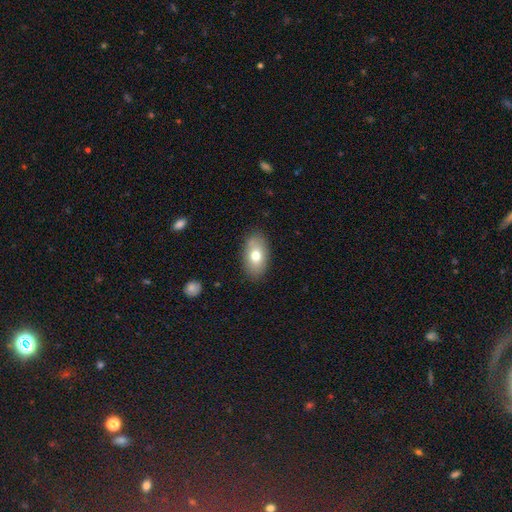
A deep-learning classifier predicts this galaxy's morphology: This is likely a smooth galaxy (73%). How rounded: clearly in between (92%). Merging: clearly none (85%).